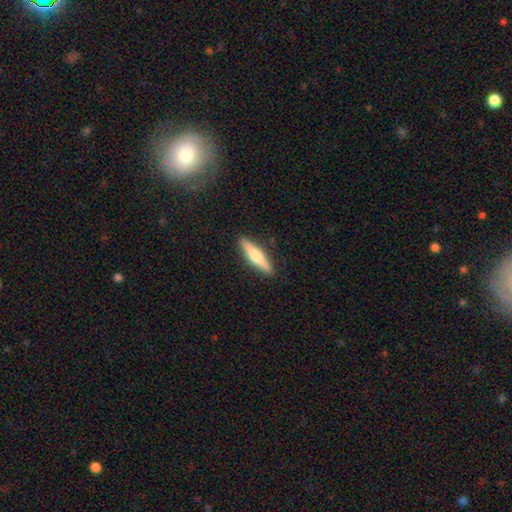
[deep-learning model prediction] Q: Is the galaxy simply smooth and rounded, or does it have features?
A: featured or disk — 48%.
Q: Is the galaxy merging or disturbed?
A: none — 90%.